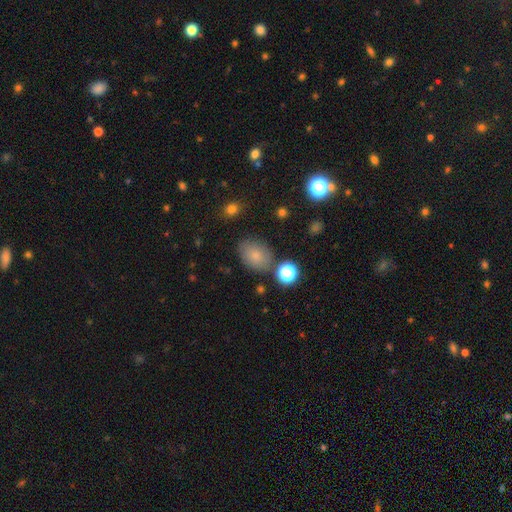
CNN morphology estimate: smooth-or-featured: smooth: 77% | star or artifact: 12% | featured or disk: 11%
  how-rounded: in between: 69% | round: 30% | cigar-shaped: 1%
  merging: none: 75% | minor disturbance: 15% | merger: 5% | major disturbance: 5%